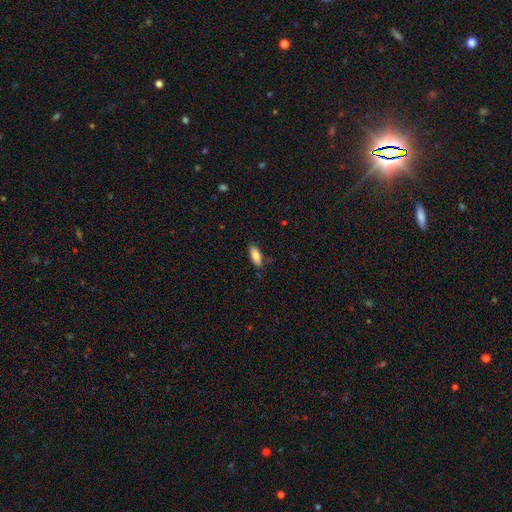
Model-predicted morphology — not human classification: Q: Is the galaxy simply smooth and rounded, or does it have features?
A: smooth — 83%.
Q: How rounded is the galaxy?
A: in between — 76%.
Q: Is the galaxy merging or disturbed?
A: none — 82%.